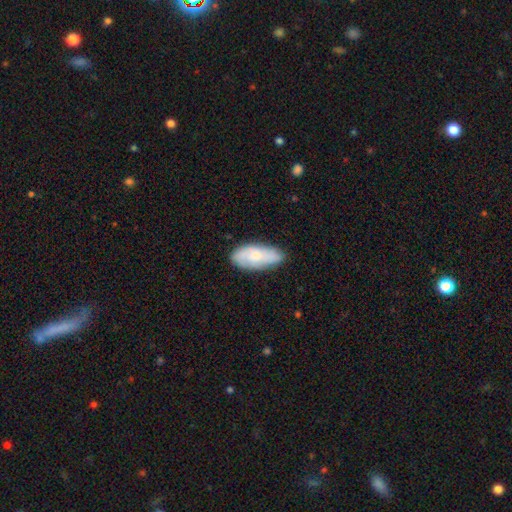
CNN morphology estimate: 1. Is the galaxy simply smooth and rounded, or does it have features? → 61% smooth, 33% featured or disk, 6% star or artifact.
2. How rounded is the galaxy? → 88% in between, 10% cigar-shaped, 2% round.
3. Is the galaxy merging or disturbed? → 75% none, 19% minor disturbance, 4% major disturbance, 2% merger.